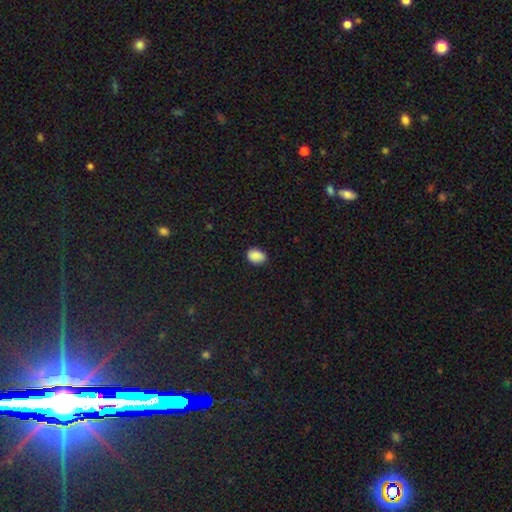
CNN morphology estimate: A smooth galaxy with no disk features (89%) that is in between round and cigar-shaped (75%).

Vote fractions:
- Smooth or featured? smooth: 89% / star or artifact: 8% / featured or disk: 3%
- How rounded? in between: 75% / round: 24% / cigar-shaped: 1%
- Merging? none: 83% / minor disturbance: 14% / major disturbance: 2% / merger: 1%